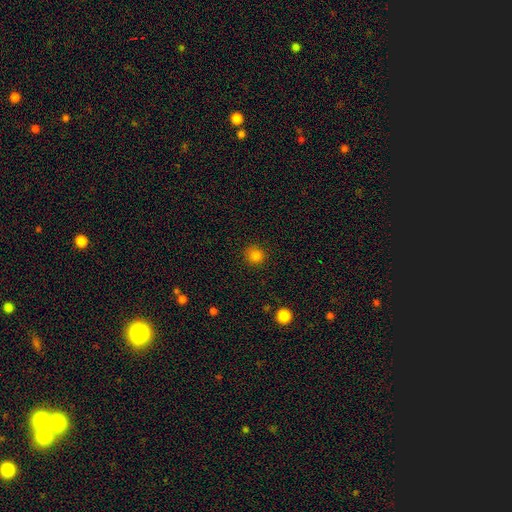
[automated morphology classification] The model was most divided on "smooth or featured": smooth: 82%, star or artifact: 14%, featured or disk: 4%. More confident: how rounded — round (91%); merging — none (88%).